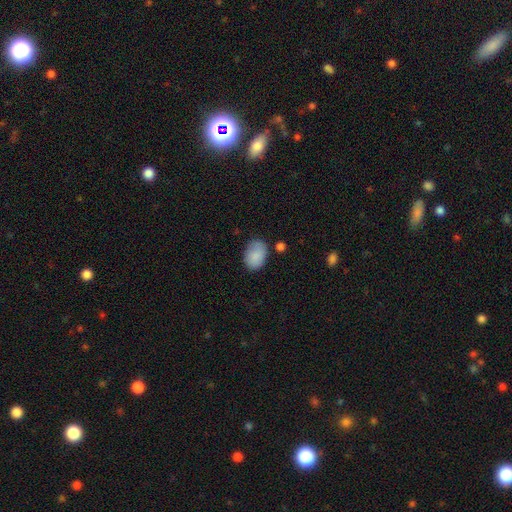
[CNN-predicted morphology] A smooth galaxy with no disk features (87%) that is in between round and cigar-shaped (82%).

Vote fractions:
- Smooth or featured? smooth: 87% / star or artifact: 7% / featured or disk: 6%
- How rounded? in between: 82% / round: 17% / cigar-shaped: 1%
- Merging? none: 68% / minor disturbance: 23% / major disturbance: 6% / merger: 4%